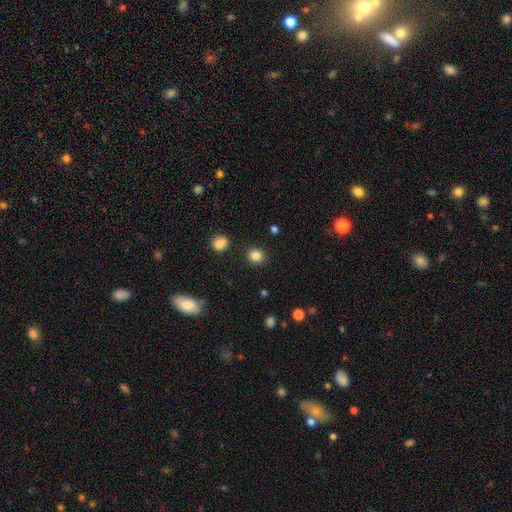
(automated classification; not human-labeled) Smooth or featured? Predicted: smooth (p=0.84). How rounded? Predicted: round (p=0.81). Merging? Predicted: none (p=0.89).